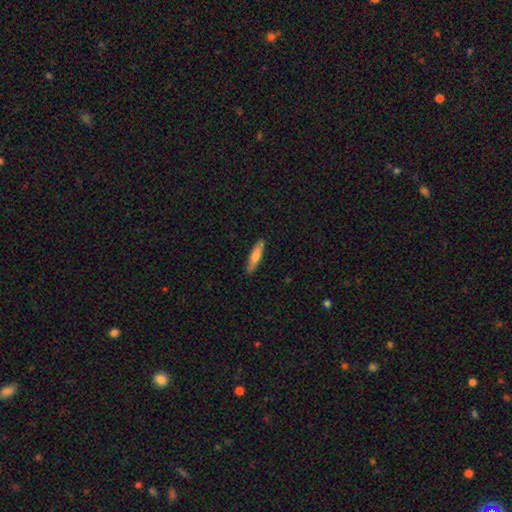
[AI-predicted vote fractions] Smooth or featured?
  - smooth: 65% *
  - featured or disk: 30%
  - star or artifact: 6%
How rounded?
  - cigar-shaped: 83% *
  - in between: 15%
  - round: 2%
Merging?
  - none: 89% *
  - minor disturbance: 8%
  - major disturbance: 2%
  - merger: 1%